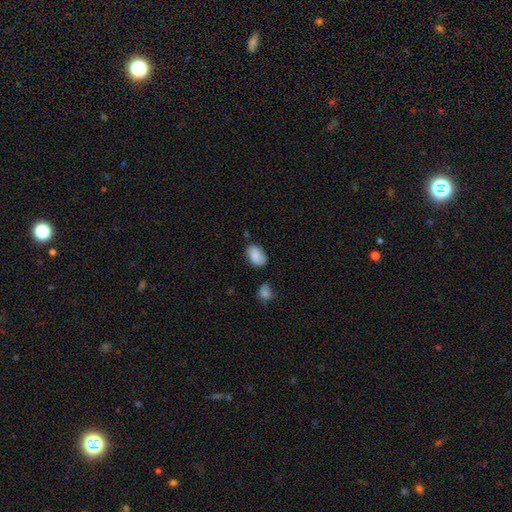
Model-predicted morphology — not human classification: A smooth galaxy with no disk features (75%) that is in between round and cigar-shaped (85%).

Vote fractions:
- Smooth or featured? smooth: 75% / featured or disk: 17% / star or artifact: 8%
- How rounded? in between: 85% / round: 13% / cigar-shaped: 1%
- Merging? none: 69% / minor disturbance: 22% / major disturbance: 5% / merger: 5%